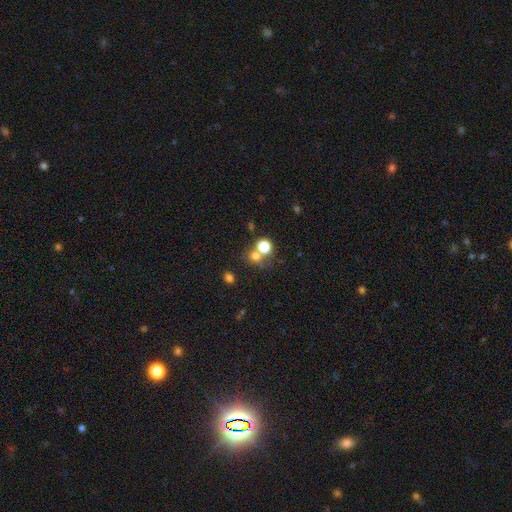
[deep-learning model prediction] smooth 70%, star or artifact 20%, featured or disk 10%. Down the decision tree: how rounded — round (78%); merging — none (49%).